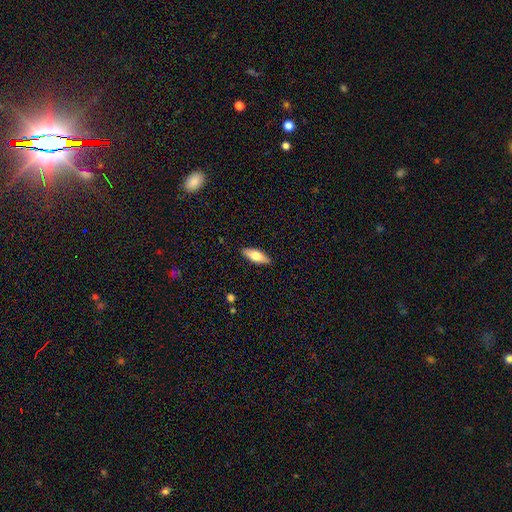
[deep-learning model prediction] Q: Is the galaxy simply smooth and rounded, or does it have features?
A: smooth — 69%.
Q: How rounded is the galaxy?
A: in between — 65%.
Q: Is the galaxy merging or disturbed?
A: none — 89%.